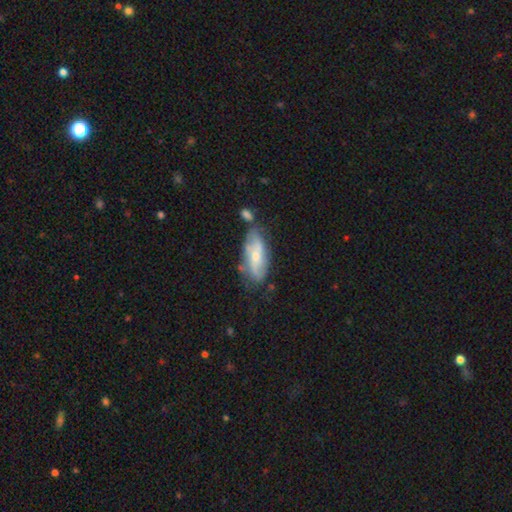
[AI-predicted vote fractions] This is possibly a featured or disk galaxy (58%). It is clearly not viewed edge-on (84%). Merging: possibly none (58%).